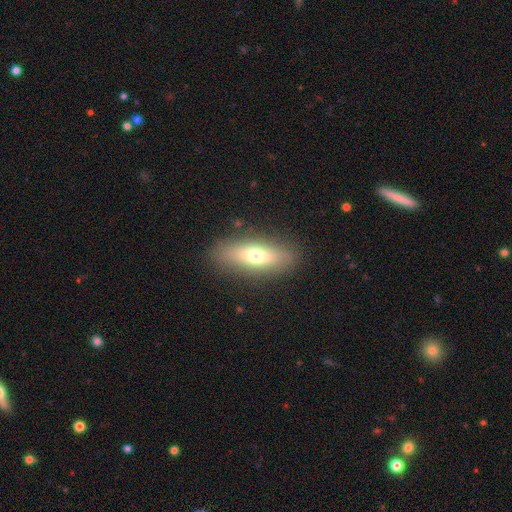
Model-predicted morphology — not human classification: smooth 65%, featured or disk 28%, star or artifact 7%. Down the decision tree: how rounded — in between (57%); merging — none (87%).